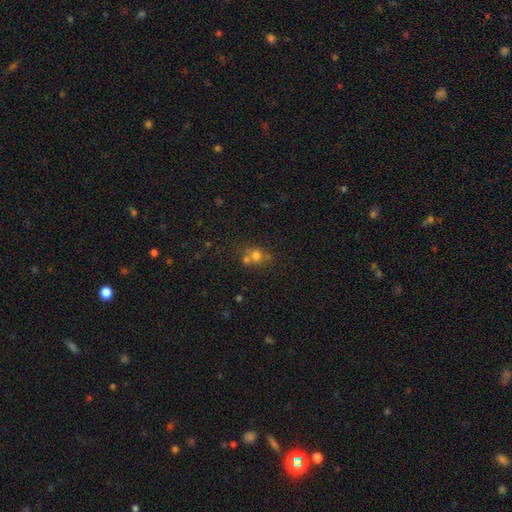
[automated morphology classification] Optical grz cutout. It shows a smooth galaxy with no disk features (67%) that is round (77%). Merging: none (48%).